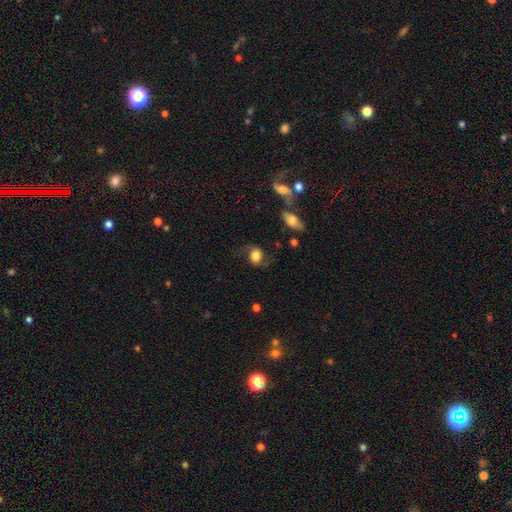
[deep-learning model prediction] The model was most divided on "smooth or featured": featured or disk: 46%, smooth: 45%, star or artifact: 9%. More confident: merging — none (64%).